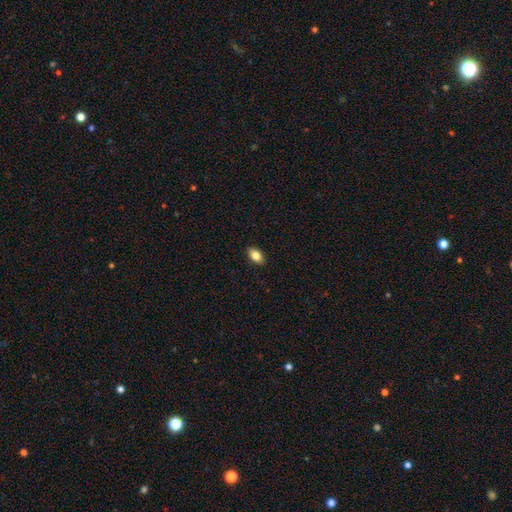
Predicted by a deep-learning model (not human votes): smooth_or_featured: smooth (p=0.84) [alt: featured or disk p=0.08]
how_rounded: in between (p=0.90) [alt: round p=0.07]
merging: none (p=0.90) [alt: minor disturbance p=0.07]